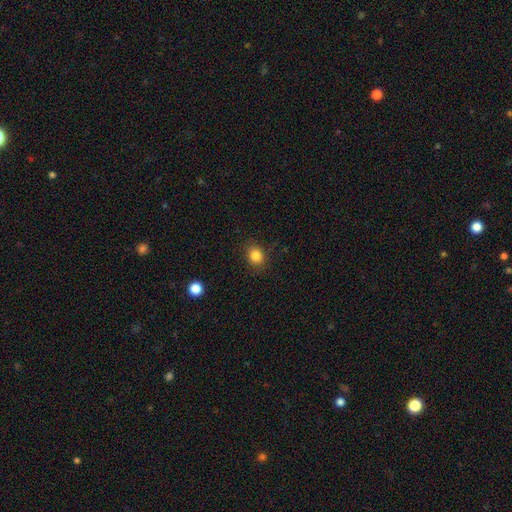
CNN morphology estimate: smooth 84%, star or artifact 12%, featured or disk 5%. Down the decision tree: how rounded — round (70%); merging — none (86%).